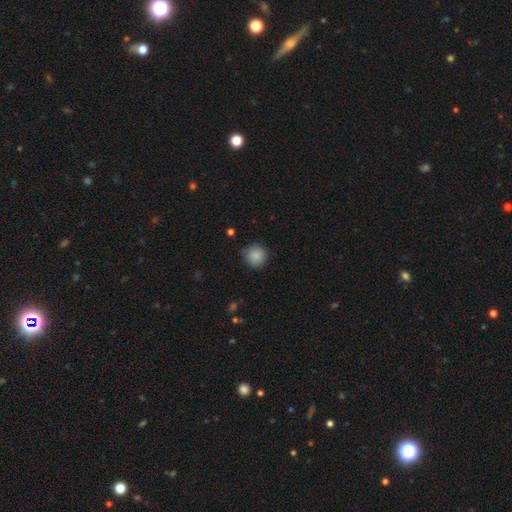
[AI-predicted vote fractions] Overall: smooth (87%). How rounded: round (94%). Merging: none (85%).